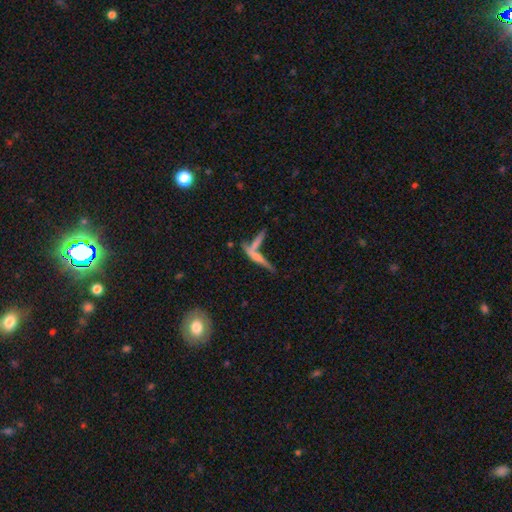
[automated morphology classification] featured or disk 53%, smooth 36%, star or artifact 11%. Down the decision tree: edge-on disk — yes (84%); merging — none (42%).